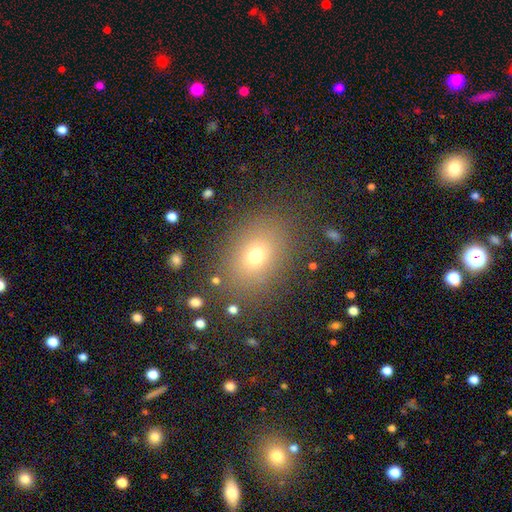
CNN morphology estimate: smooth-or-featured: smooth: 70% | star or artifact: 18% | featured or disk: 12%
  how-rounded: in between: 64% | round: 34% | cigar-shaped: 1%
  merging: none: 84% | minor disturbance: 10% | major disturbance: 5% | merger: 2%